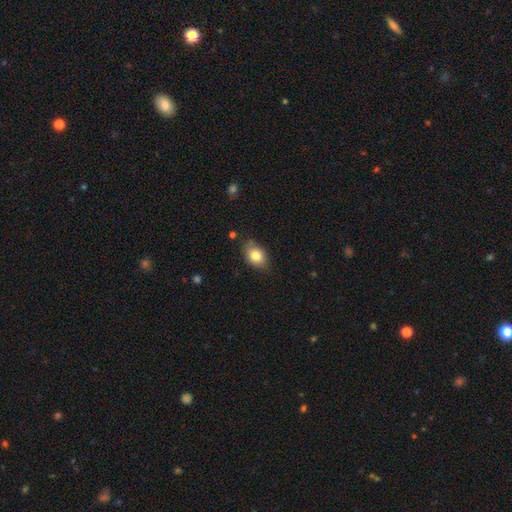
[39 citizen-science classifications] Smooth or featured? 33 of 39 (85%) said smooth. How rounded? 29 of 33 (88%) said in between. Merging? 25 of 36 (69%) said none.